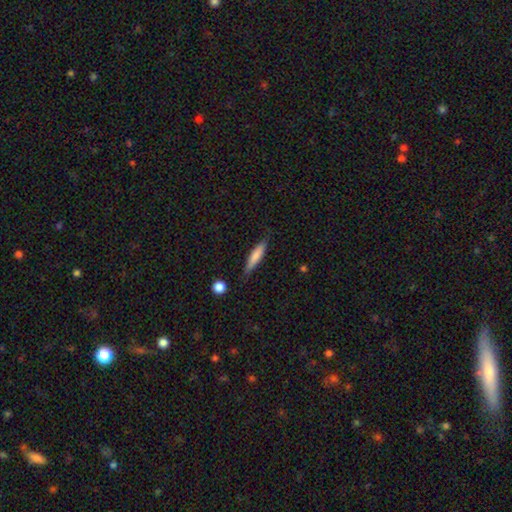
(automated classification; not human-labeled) smooth_or_featured: smooth (p=0.70) [alt: featured or disk p=0.24]
how_rounded: cigar-shaped (p=0.84) [alt: in between p=0.14]
merging: none (p=0.80) [alt: minor disturbance p=0.15]